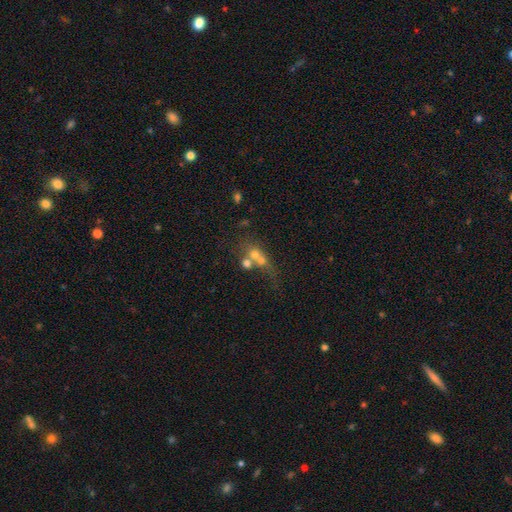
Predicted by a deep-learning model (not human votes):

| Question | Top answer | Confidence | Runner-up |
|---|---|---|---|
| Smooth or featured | smooth | 49% | featured or disk (32%) |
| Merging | merger | 58% | none (25%) |